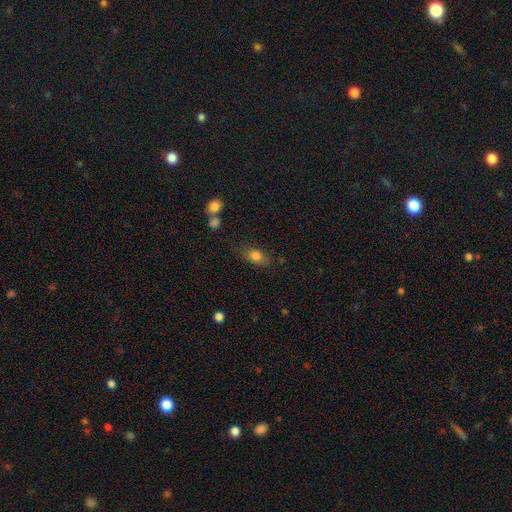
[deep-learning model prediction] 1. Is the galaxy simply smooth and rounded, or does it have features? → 80% smooth, 10% featured or disk, 9% star or artifact.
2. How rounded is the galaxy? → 77% in between, 19% round, 4% cigar-shaped.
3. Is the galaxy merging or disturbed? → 72% none, 18% minor disturbance, 6% major disturbance, 4% merger.